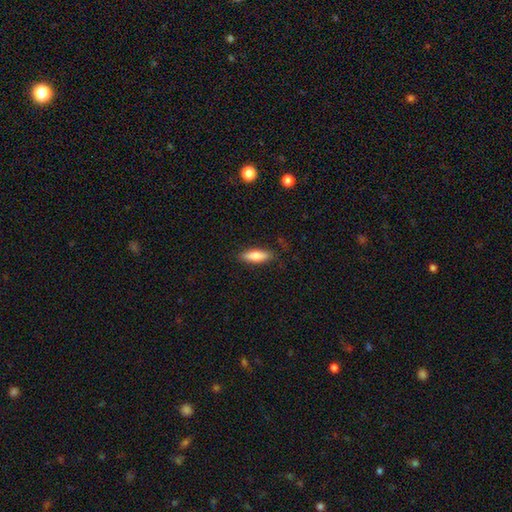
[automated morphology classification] Overall: smooth (79%). How rounded: in between (54%; cigar-shaped 45%). Merging: none (83%).